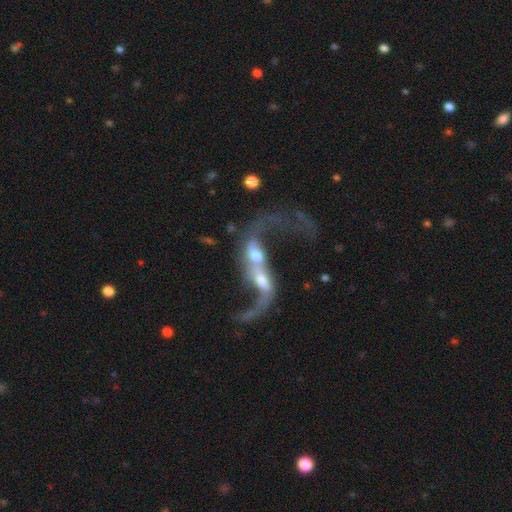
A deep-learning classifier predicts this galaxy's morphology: The model was most divided on "bulge size": small: 41%, moderate: 39%, none: 10%, large: 7%, dominant: 3%. Remaining: edge-on disk — no (94%); spiral winding — loose (91%); spiral arms — yes (81%); smooth or featured — featured or disk (81%); spiral arm count — 2 (76%); merging — merger (60%); bar — no (48%).